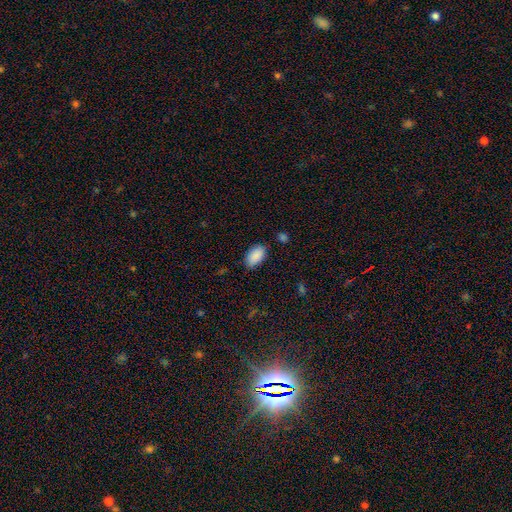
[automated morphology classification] smooth 89%, star or artifact 7%, featured or disk 4%. Down the decision tree: how rounded — in between (94%); merging — none (81%).